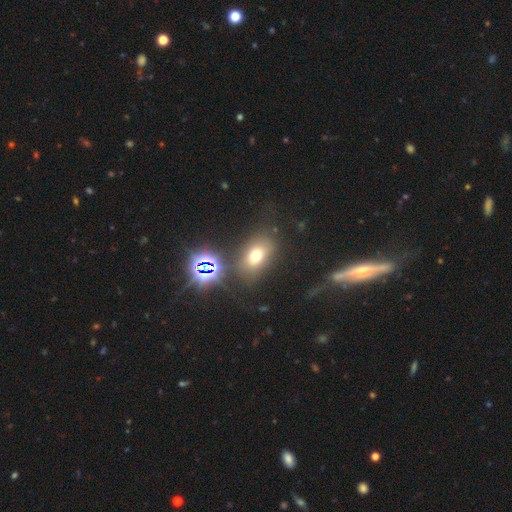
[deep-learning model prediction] Smooth or featured? Predicted: smooth (p=0.62). How rounded? Predicted: in between (p=0.74). Merging? Predicted: none (p=0.75).